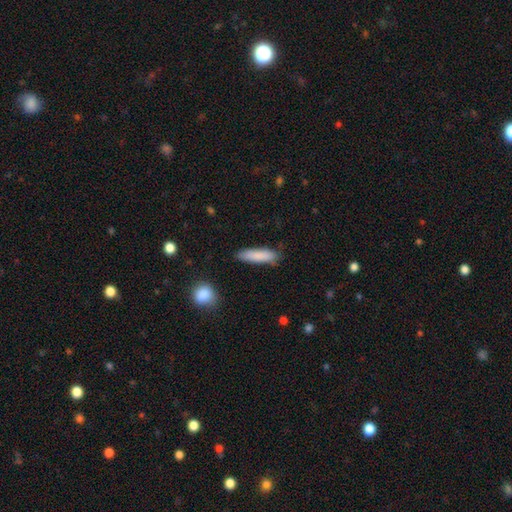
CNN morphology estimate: Q: Smooth or featured?
A: smooth (85%); runner-up: featured or disk (8%)
Q: How rounded?
A: cigar-shaped (70%); runner-up: in between (29%)
Q: Merging?
A: none (80%); runner-up: minor disturbance (15%)